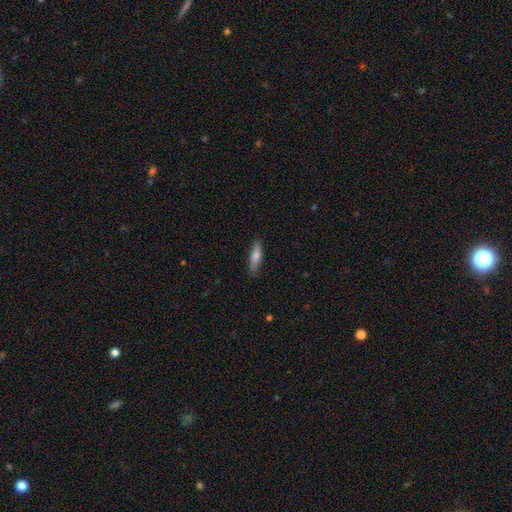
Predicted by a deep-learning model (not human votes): Smooth or featured: smooth — 69% (featured or disk — 24%)
How rounded: cigar-shaped — 66% (in between — 32%)
Merging: none — 86% (minor disturbance — 11%)